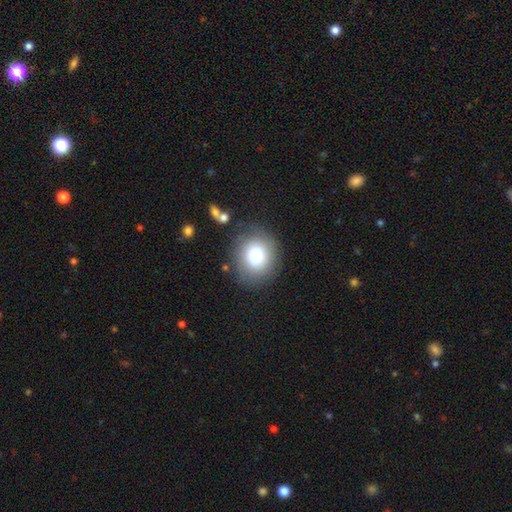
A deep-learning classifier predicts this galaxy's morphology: Overall: smooth (83%). How rounded: round (79%). Merging: none (80%).